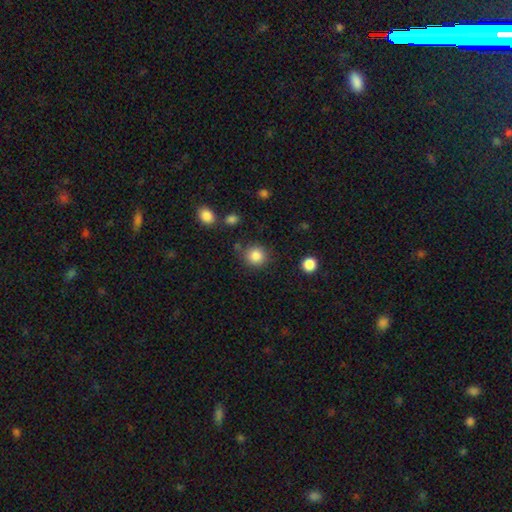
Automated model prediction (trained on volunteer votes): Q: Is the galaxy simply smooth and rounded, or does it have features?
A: smooth — 85%.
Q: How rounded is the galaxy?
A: round — 90%.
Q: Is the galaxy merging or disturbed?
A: none — 83%.